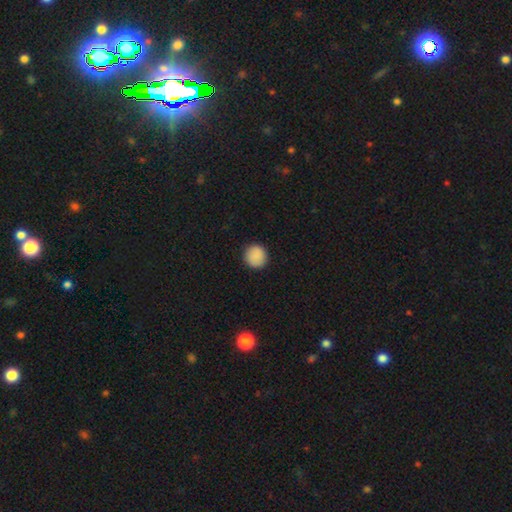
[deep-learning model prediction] Overall: smooth (90%). How rounded: round (93%). Merging: none (92%).